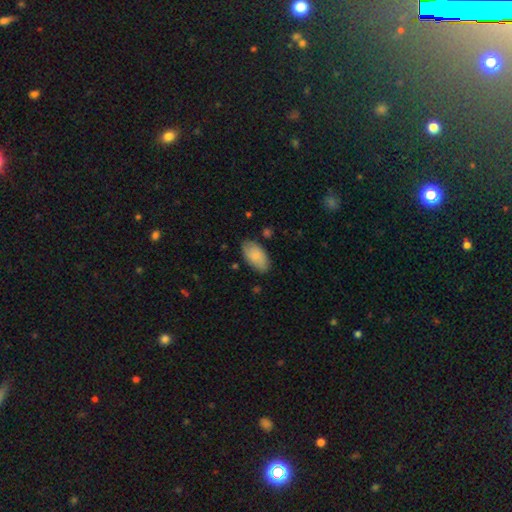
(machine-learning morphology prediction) This appears to be a smooth galaxy with no disk features (80%) that is in between round and cigar-shaped (95%). Merging: none (77%).